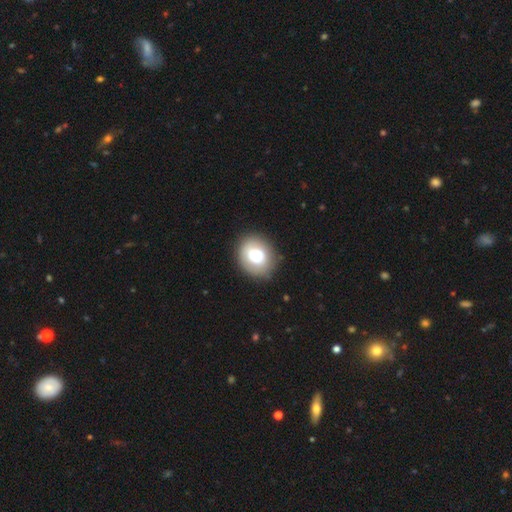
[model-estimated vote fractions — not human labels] Smooth or featured? smooth (74%)
How rounded? round (67%)
Merging? none (80%)